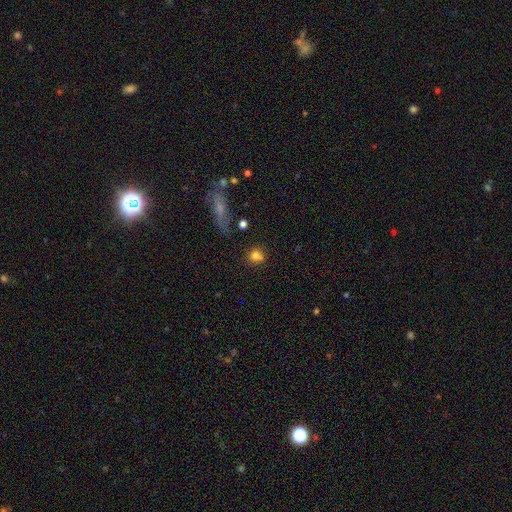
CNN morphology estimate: The model was most divided on "merging": none: 63%, merger: 18%, minor disturbance: 14%, major disturbance: 5%. More confident: how rounded — round (83%); smooth or featured — smooth (75%).